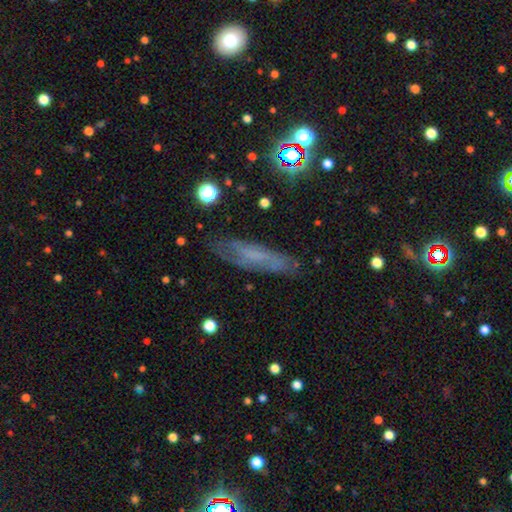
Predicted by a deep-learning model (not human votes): Smooth or featured?
  - featured or disk: 46% *
  - smooth: 38%
  - star or artifact: 15%
Merging?
  - none: 75% *
  - minor disturbance: 17%
  - major disturbance: 6%
  - merger: 2%